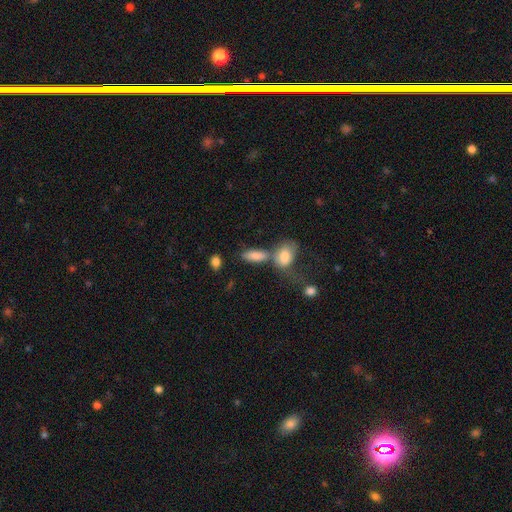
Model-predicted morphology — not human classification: smooth_or_featured: smooth (p=0.84) [alt: featured or disk p=0.09]
how_rounded: in between (p=0.76) [alt: cigar-shaped p=0.19]
merging: none (p=0.44) [alt: merger p=0.36]